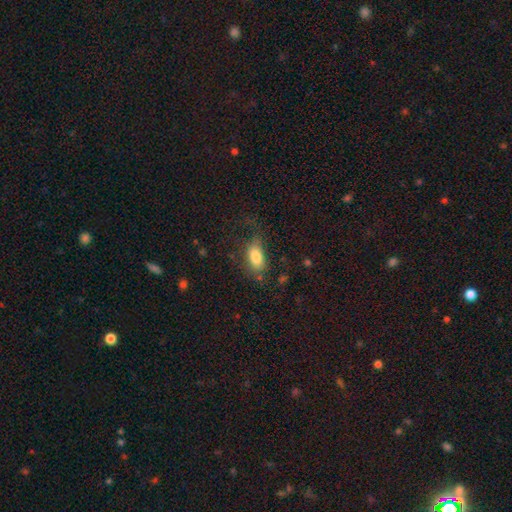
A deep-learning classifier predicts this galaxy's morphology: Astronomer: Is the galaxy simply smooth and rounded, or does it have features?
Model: smooth — 82%.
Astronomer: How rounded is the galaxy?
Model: in between — 90%.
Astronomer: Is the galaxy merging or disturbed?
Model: none — 60%.